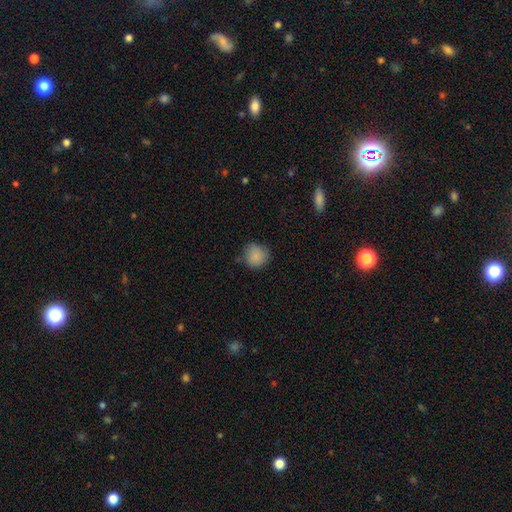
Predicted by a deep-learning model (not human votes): Smooth or featured? Predicted: smooth (p=0.85). How rounded? Predicted: round (p=0.87). Merging? Predicted: none (p=0.70).